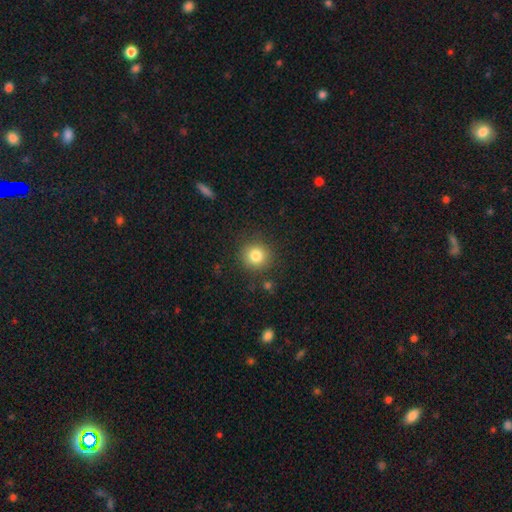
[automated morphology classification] type=smooth (82%); roundness=round (93%); merging=none (88%).